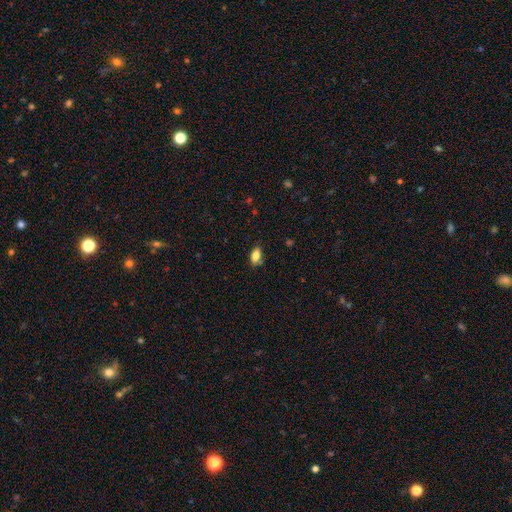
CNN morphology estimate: type=smooth (82%); roundness=in between (89%); merging=none (77%).